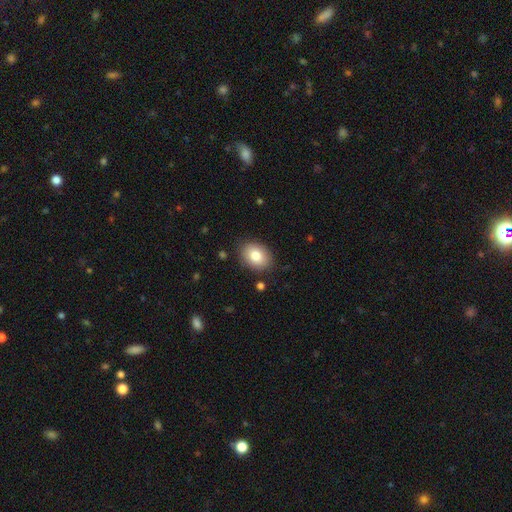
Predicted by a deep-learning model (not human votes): This appears to be a smooth galaxy with no disk features (82%) that is in between round and cigar-shaped (66%). Merging: none (86%).